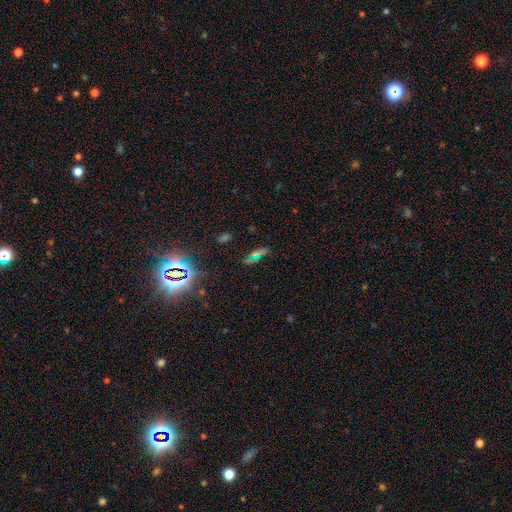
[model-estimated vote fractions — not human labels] Smooth or featured?
  - star or artifact: 39% *
  - smooth: 37%
  - featured or disk: 24%